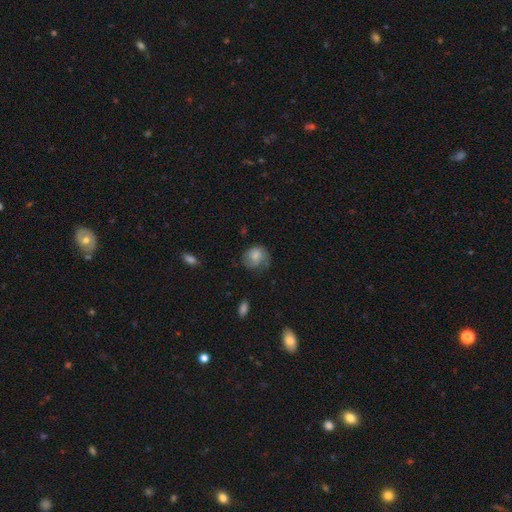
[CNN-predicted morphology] smooth 65%, featured or disk 27%, star or artifact 8%. Down the decision tree: how rounded — round (70%); merging — none (54%).